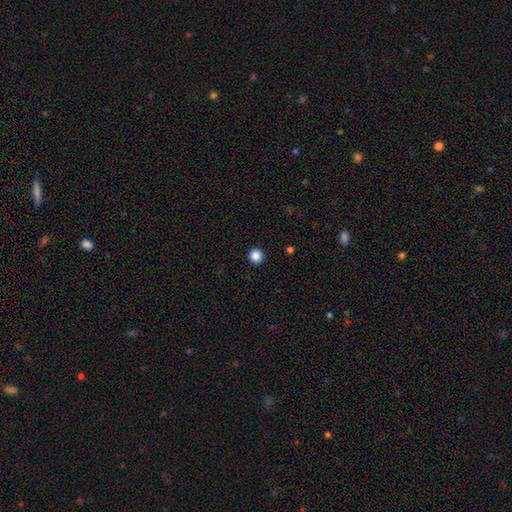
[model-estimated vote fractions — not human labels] Smooth or featured?
  - smooth: 86% *
  - star or artifact: 11%
  - featured or disk: 3%
How rounded?
  - round: 94% *
  - in between: 5%
  - cigar-shaped: 1%
Merging?
  - none: 94% *
  - minor disturbance: 4%
  - major disturbance: 2%
  - merger: 1%